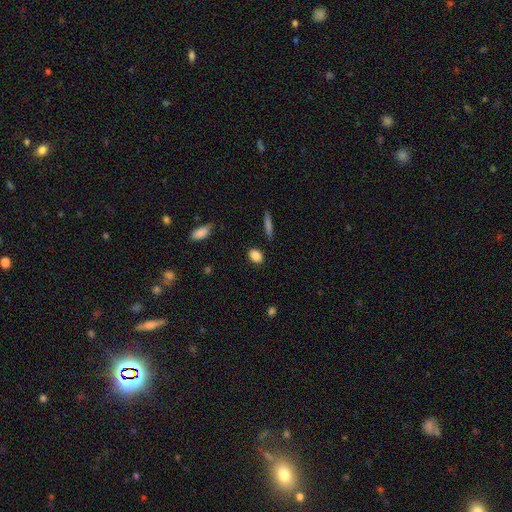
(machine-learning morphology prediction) Smooth or featured?
  - smooth: 87% *
  - star or artifact: 8%
  - featured or disk: 5%
How rounded?
  - in between: 67% *
  - round: 29%
  - cigar-shaped: 3%
Merging?
  - none: 85% *
  - minor disturbance: 10%
  - major disturbance: 3%
  - merger: 2%